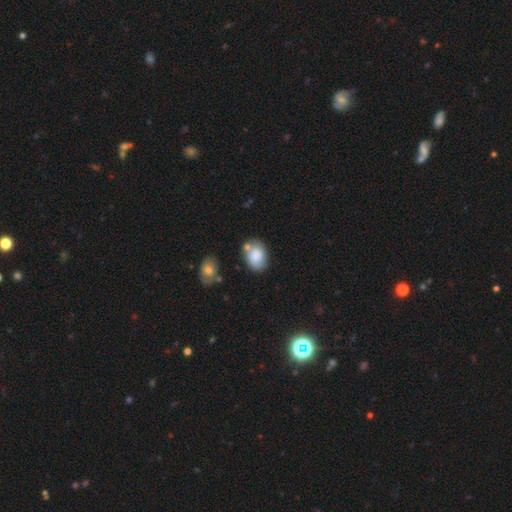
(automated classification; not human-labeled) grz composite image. It shows a smooth galaxy with no disk features (81%) that is in between round and cigar-shaped (77%). Merging: none (60%).